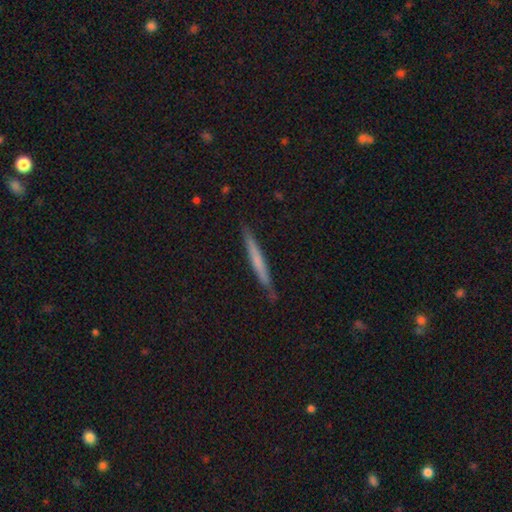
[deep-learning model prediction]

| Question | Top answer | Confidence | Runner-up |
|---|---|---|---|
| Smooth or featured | featured or disk | 47% | smooth (45%) |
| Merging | none | 89% | minor disturbance (8%) |